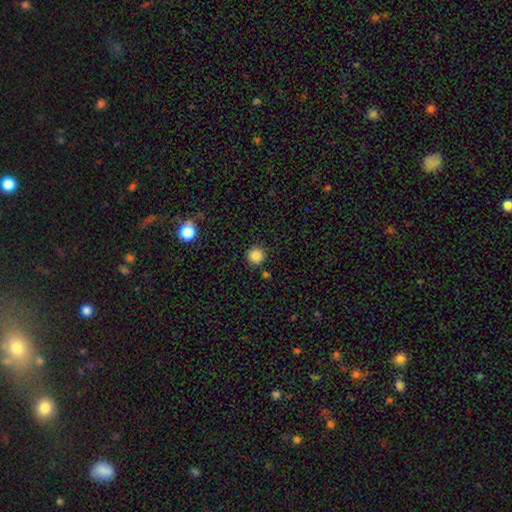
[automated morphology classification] This is clearly a smooth galaxy (85%). How rounded: clearly round (95%). Merging: clearly none (88%).